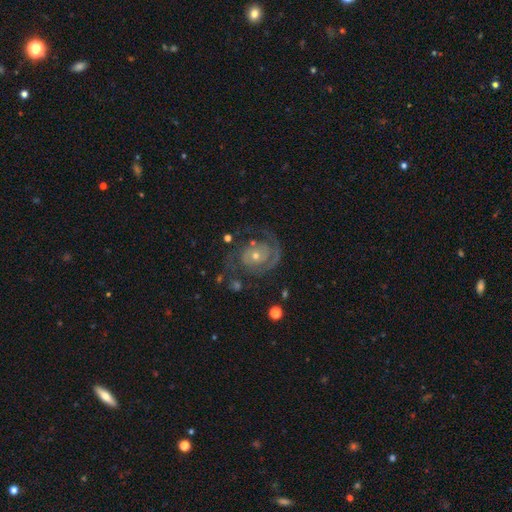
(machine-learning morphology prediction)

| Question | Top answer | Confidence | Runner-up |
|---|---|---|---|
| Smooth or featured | featured or disk | 87% | smooth (7%) |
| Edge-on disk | no | 98% | yes (2%) |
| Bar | no | 75% | weak (20%) |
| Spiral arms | yes | 96% | no (4%) |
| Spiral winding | tight | 53% | medium (36%) |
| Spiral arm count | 2 | 69% | can't tell (10%) |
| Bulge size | small | 60% | moderate (36%) |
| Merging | none | 66% | minor disturbance (16%) |